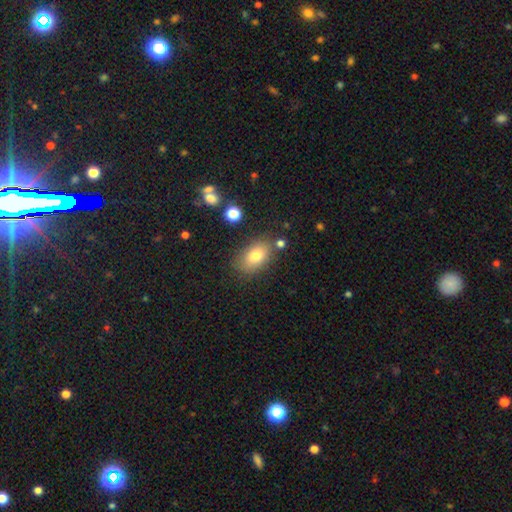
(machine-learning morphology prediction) Q: Smooth or featured?
A: smooth (77%); runner-up: featured or disk (13%)
Q: How rounded?
A: in between (87%); runner-up: round (11%)
Q: Merging?
A: none (77%); runner-up: minor disturbance (14%)